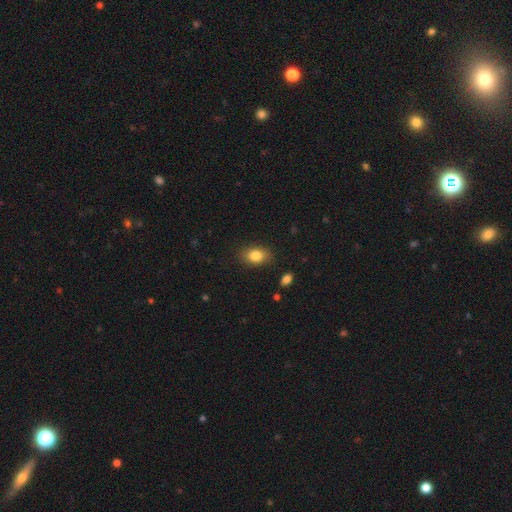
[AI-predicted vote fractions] A smooth galaxy with no disk features (83%) that is in between round and cigar-shaped (79%).

Vote fractions:
- Smooth or featured? smooth: 83% / star or artifact: 9% / featured or disk: 8%
- How rounded? in between: 79% / round: 20% / cigar-shaped: 2%
- Merging? none: 84% / minor disturbance: 11% / major disturbance: 3% / merger: 2%